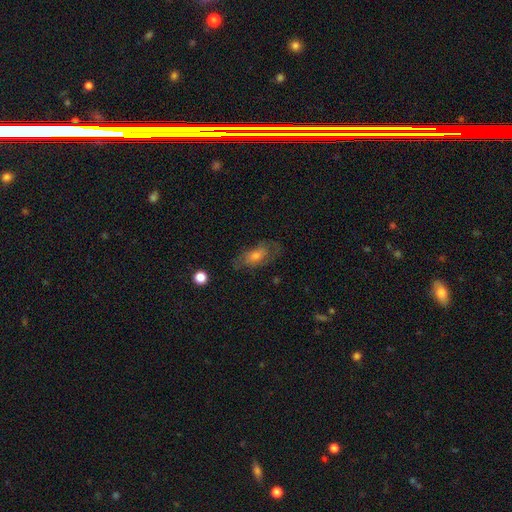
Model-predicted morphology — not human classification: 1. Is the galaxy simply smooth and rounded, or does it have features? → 47% featured or disk, 41% smooth, 11% star or artifact.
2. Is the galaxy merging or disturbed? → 68% none, 20% minor disturbance, 10% major disturbance, 2% merger.